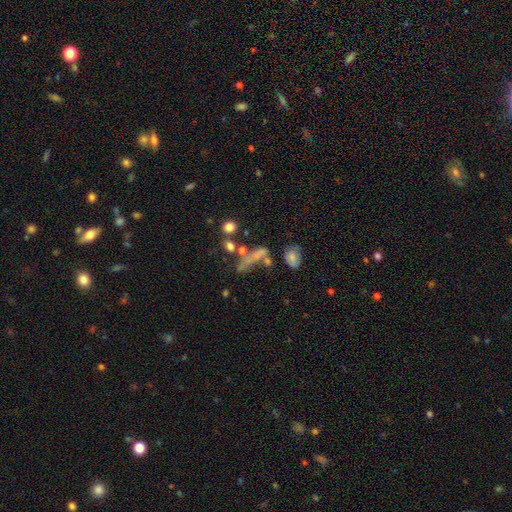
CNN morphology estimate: Q: Smooth or featured?
A: smooth (51%); runner-up: featured or disk (31%)
Q: How rounded?
A: cigar-shaped (58%); runner-up: in between (30%)
Q: Merging?
A: none (35%); runner-up: merger (27%)